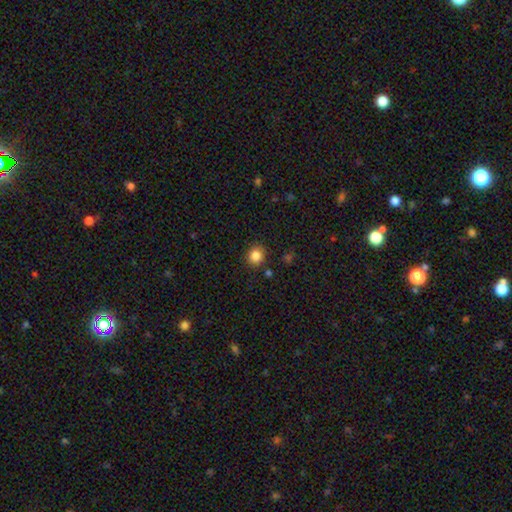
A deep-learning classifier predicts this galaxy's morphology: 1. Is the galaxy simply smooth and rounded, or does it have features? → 85% smooth, 11% star or artifact, 4% featured or disk.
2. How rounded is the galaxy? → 83% round, 17% in between, 1% cigar-shaped.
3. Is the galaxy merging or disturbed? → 87% none, 8% minor disturbance, 2% major disturbance, 2% merger.